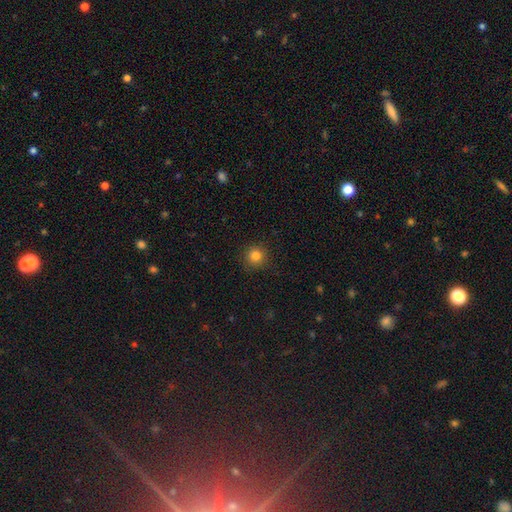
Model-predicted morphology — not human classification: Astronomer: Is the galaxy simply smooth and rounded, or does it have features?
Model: smooth — 82%.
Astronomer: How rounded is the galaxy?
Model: round — 94%.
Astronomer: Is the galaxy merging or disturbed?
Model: none — 91%.